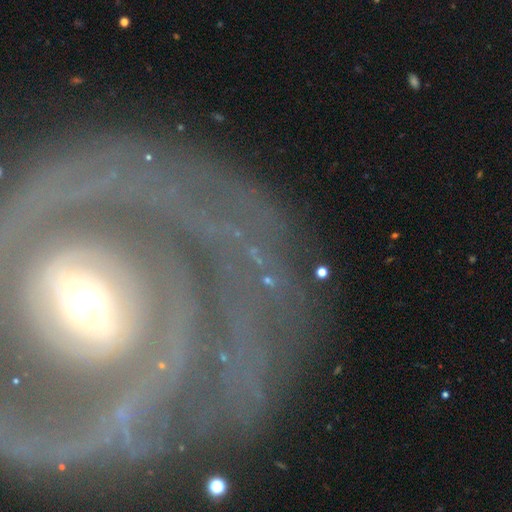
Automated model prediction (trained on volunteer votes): Overall: featured or disk (79%). Edge-on disk: no (92%). Bar: strong (36%; no 34%). Spiral arms: yes (80%). Spiral arm count: can't tell (32%; 2 26%). Spiral winding: tight (71%). Bulge size: moderate (54%; small 29%). Merging: none (71%).